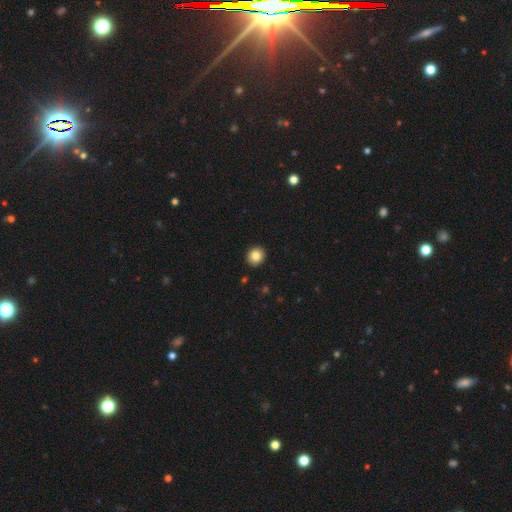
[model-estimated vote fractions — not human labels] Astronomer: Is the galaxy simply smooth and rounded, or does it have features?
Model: smooth — 83%.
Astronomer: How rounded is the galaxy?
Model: round — 87%.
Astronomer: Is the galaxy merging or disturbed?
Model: none — 93%.